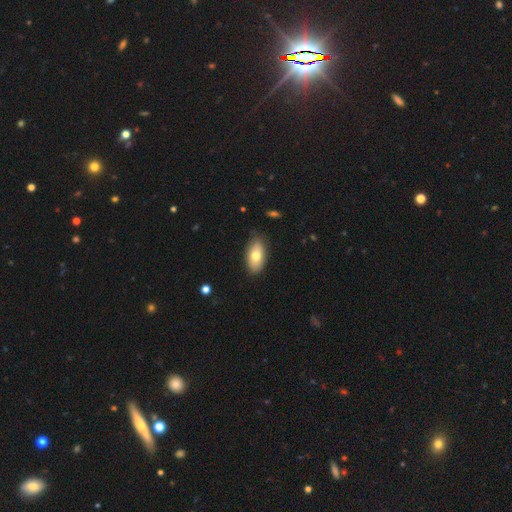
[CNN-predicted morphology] Smooth or featured: smooth — 74% (featured or disk — 20%)
How rounded: in between — 93% (round — 4%)
Merging: none — 83% (minor disturbance — 13%)